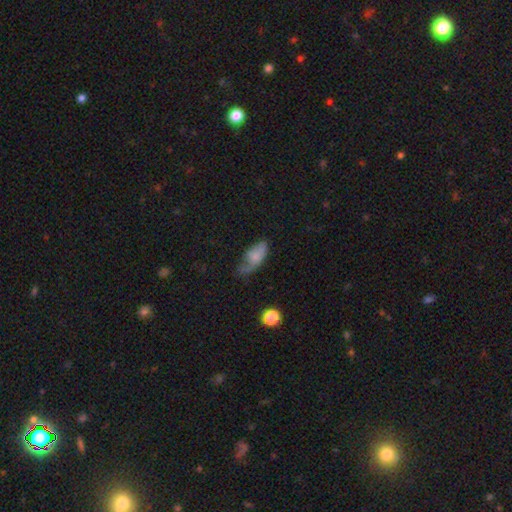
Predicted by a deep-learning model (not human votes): This is likely a smooth galaxy (61%). How rounded: clearly in between (86%). Merging: marginally none (35%, tied with minor disturbance).